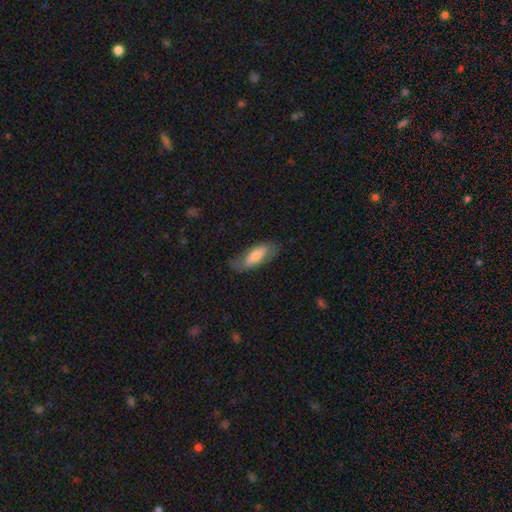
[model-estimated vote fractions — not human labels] smooth_or_featured: smooth (p=0.62) [alt: featured or disk p=0.32]
how_rounded: in between (p=0.67) [alt: cigar-shaped p=0.30]
merging: none (p=0.70) [alt: minor disturbance p=0.21]